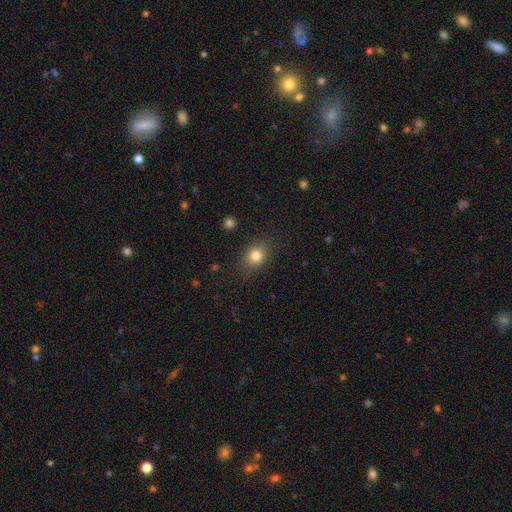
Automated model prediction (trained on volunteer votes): Smooth or featured: smooth — 82% (star or artifact — 11%)
How rounded: round — 51% (in between — 47%)
Merging: none — 83% (minor disturbance — 12%)